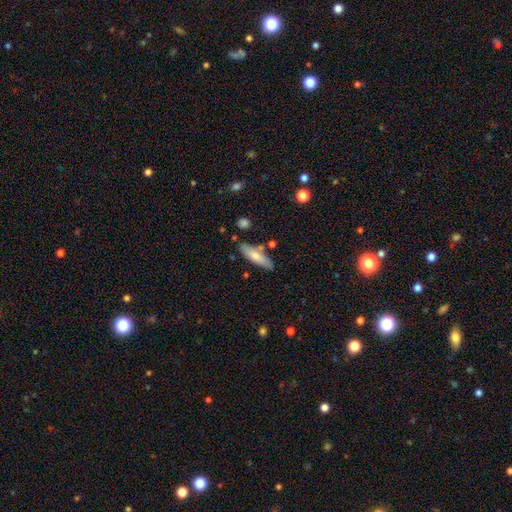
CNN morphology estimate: Q: Smooth or featured?
A: smooth (68%); runner-up: featured or disk (26%)
Q: How rounded?
A: cigar-shaped (57%); runner-up: in between (41%)
Q: Merging?
A: none (77%); runner-up: minor disturbance (14%)